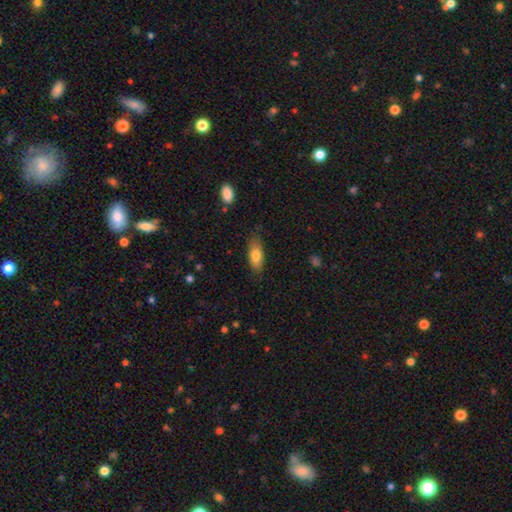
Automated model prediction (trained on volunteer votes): A smooth galaxy with no disk features (76%) that is in between round and cigar-shaped (70%).

Vote fractions:
- Smooth or featured? smooth: 76% / featured or disk: 17% / star or artifact: 7%
- How rounded? in between: 70% / cigar-shaped: 27% / round: 3%
- Merging? none: 76% / minor disturbance: 19% / major disturbance: 4% / merger: 1%